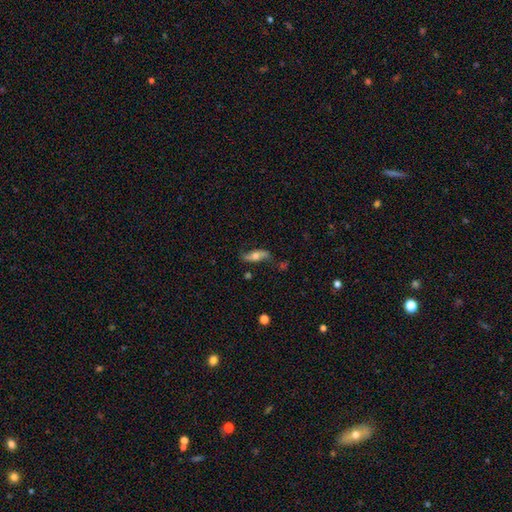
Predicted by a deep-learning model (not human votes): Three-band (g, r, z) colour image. It shows a featured or disk galaxy (54%). Merging: none (70%).